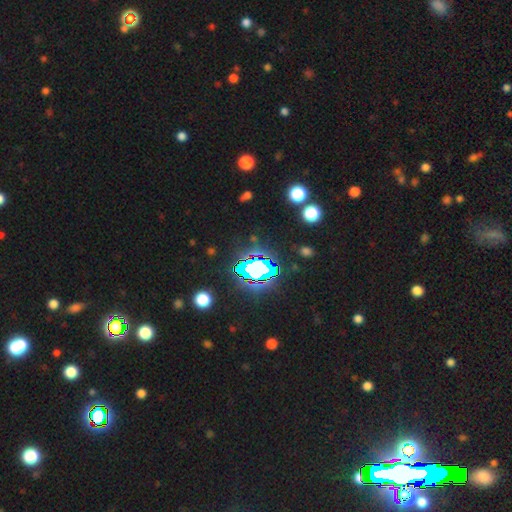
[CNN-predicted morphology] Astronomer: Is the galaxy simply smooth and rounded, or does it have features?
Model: star or artifact — 81%.